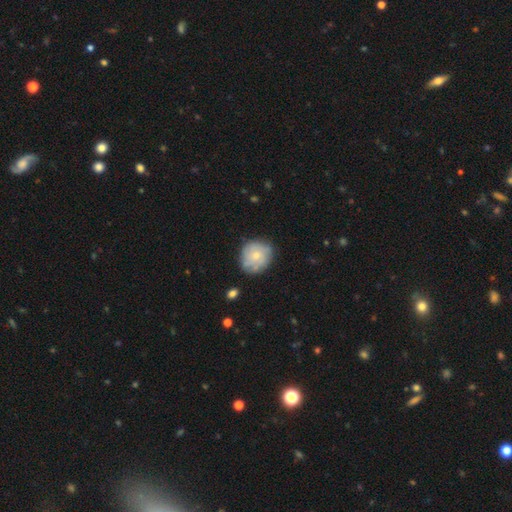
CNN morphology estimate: This is possibly a smooth galaxy (52%). How rounded: clearly round (82%). Merging: likely none (73%).